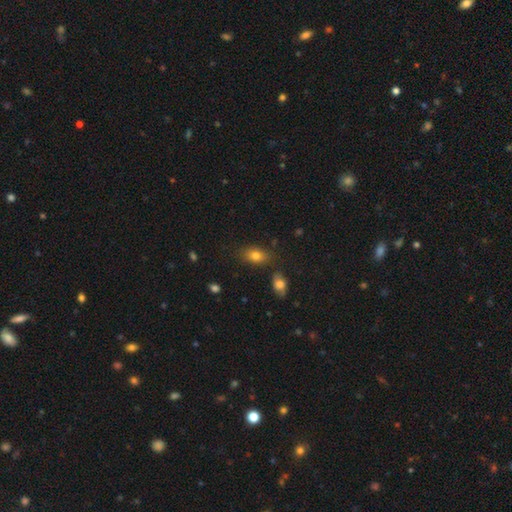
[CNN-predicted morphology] Q: Smooth or featured?
A: smooth (79%); runner-up: star or artifact (11%)
Q: How rounded?
A: in between (83%); runner-up: round (14%)
Q: Merging?
A: none (78%); runner-up: minor disturbance (13%)